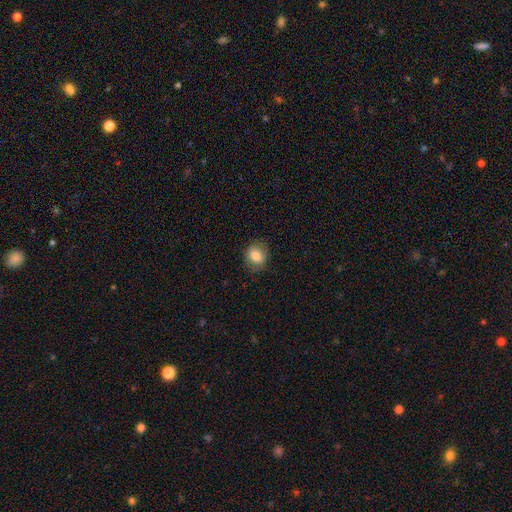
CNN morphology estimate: Overall: smooth (84%). How rounded: round (59%; in between 40%). Merging: none (82%).